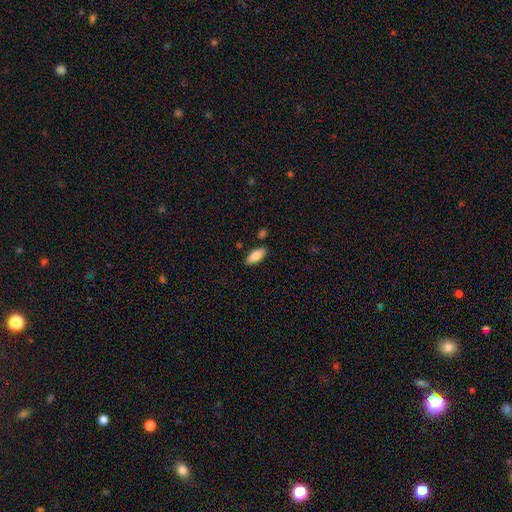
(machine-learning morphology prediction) A smooth galaxy with no disk features (85%) that is in between round and cigar-shaped (82%).

Vote fractions:
- Smooth or featured? smooth: 85% / featured or disk: 9% / star or artifact: 6%
- How rounded? in between: 82% / cigar-shaped: 16% / round: 2%
- Merging? none: 83% / minor disturbance: 11% / merger: 3% / major disturbance: 2%